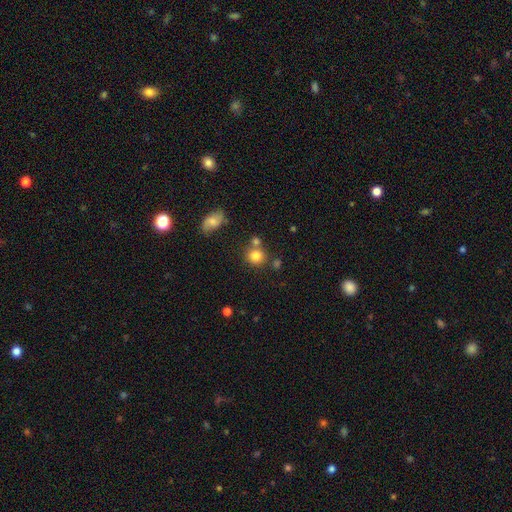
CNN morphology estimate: type=smooth (81%); roundness=round (86%); merging=none (67%).